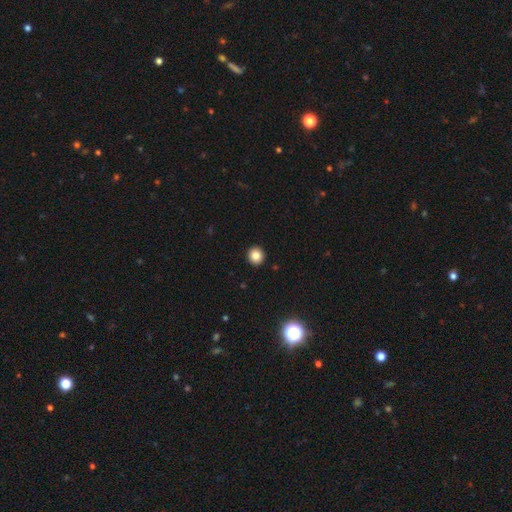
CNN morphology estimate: Overall: smooth (84%). How rounded: round (92%). Merging: none (93%).